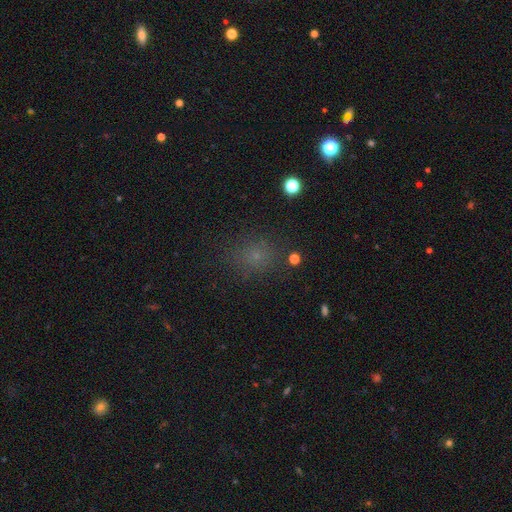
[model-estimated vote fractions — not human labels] Morphology: type=smooth (63%); roundness=round (70%); merging=none (81%).